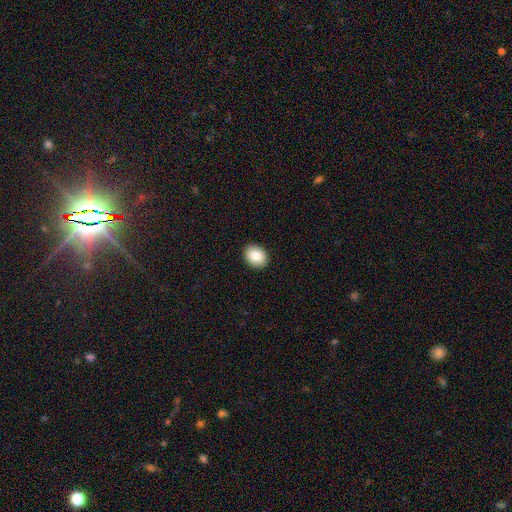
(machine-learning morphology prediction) Smooth or featured: smooth — 85% (star or artifact — 8%)
How rounded: in between — 52% (round — 47%)
Merging: none — 92% (minor disturbance — 6%)